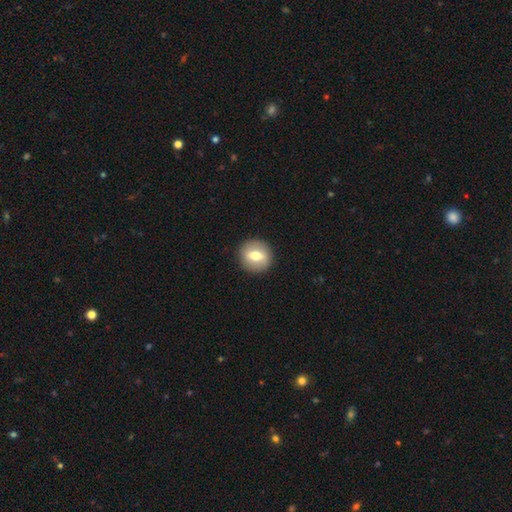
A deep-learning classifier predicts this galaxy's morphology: smooth-or-featured: smooth: 60% | featured or disk: 32% | star or artifact: 8%
  how-rounded: round: 86% | in between: 13% | cigar-shaped: 1%
  merging: none: 90% | minor disturbance: 7% | major disturbance: 2% | merger: 1%